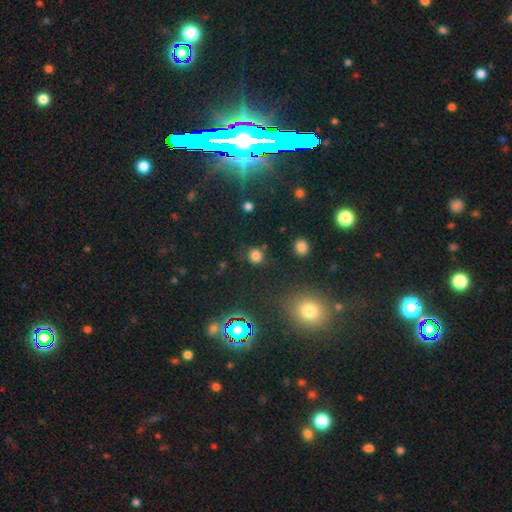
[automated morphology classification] Smooth or featured?
  - smooth: 75% *
  - star or artifact: 19%
  - featured or disk: 5%
How rounded?
  - round: 87% *
  - in between: 12%
  - cigar-shaped: 1%
Merging?
  - none: 80% *
  - minor disturbance: 12%
  - major disturbance: 5%
  - merger: 4%